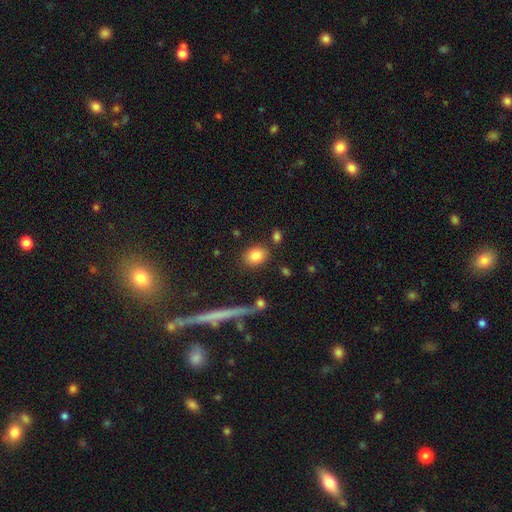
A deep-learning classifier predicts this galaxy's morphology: smooth-or-featured: smooth: 84% | star or artifact: 9% | featured or disk: 7%
  how-rounded: in between: 57% | round: 40% | cigar-shaped: 3%
  merging: none: 82% | minor disturbance: 10% | merger: 5% | major disturbance: 3%